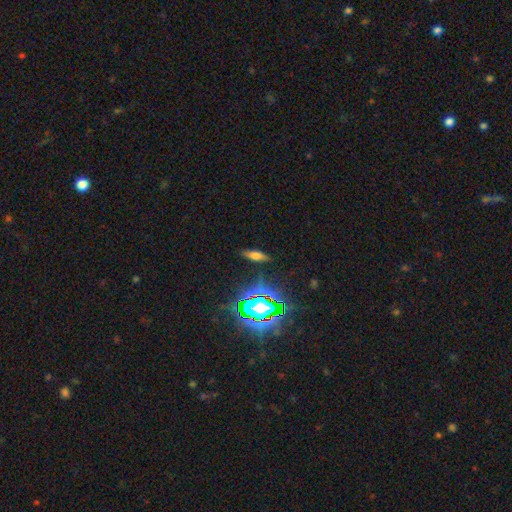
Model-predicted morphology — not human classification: smooth_or_featured: smooth (p=0.54) [alt: featured or disk p=0.24]
how_rounded: in between (p=0.49) [alt: cigar-shaped p=0.46]
merging: none (p=0.84) [alt: minor disturbance p=0.11]